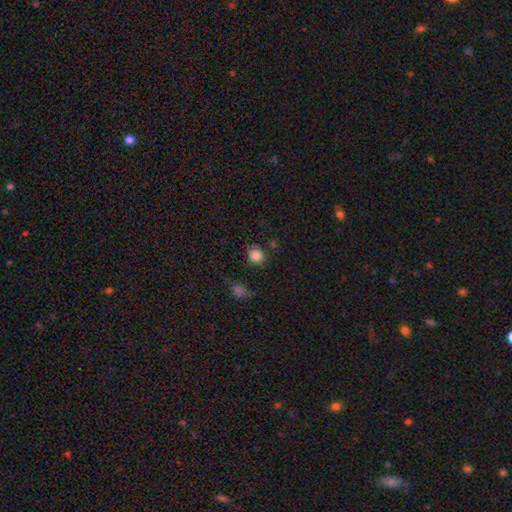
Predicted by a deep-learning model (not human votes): Morphology: type=smooth (84%); roundness=round (82%); merging=none (81%).